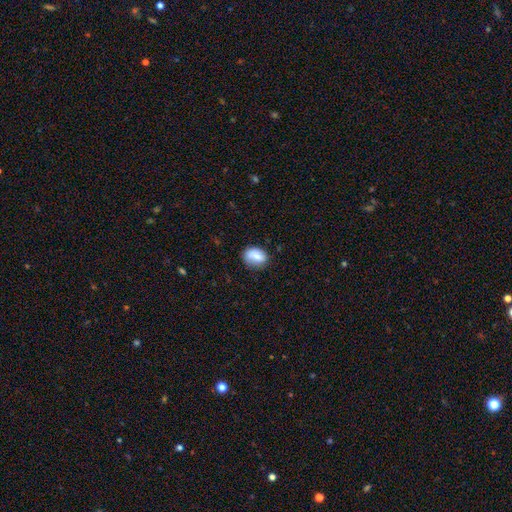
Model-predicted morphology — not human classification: Overall: smooth (75%). How rounded: in between (71%). Merging: none (70%).